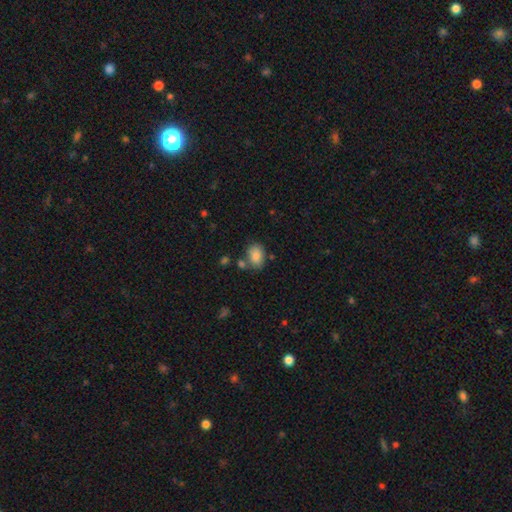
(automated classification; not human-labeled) A smooth galaxy with no disk features (83%) that is in between round and cigar-shaped (77%). Merging: none (69%).